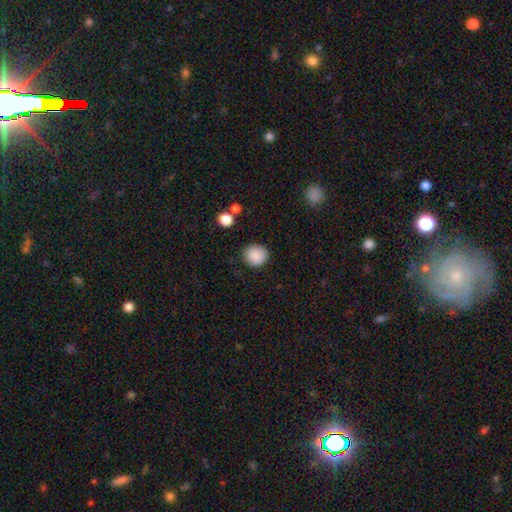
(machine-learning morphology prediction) smooth_or_featured: smooth (p=0.88) [alt: star or artifact p=0.08]
how_rounded: round (p=0.89) [alt: in between p=0.10]
merging: none (p=0.87) [alt: minor disturbance p=0.08]